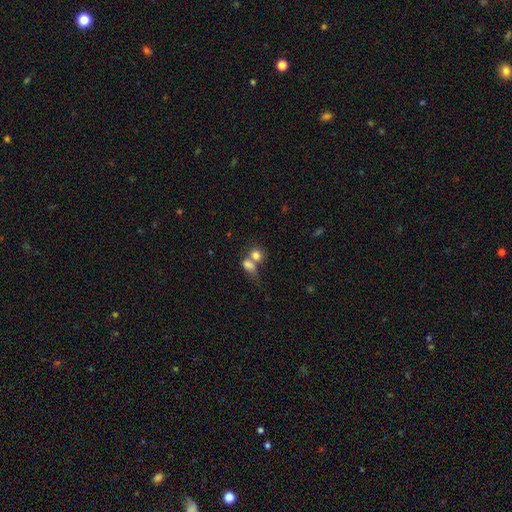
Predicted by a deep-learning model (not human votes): smooth 79%, featured or disk 11%, star or artifact 10%. Down the decision tree: how rounded — round (49%); merging — merger (58%).